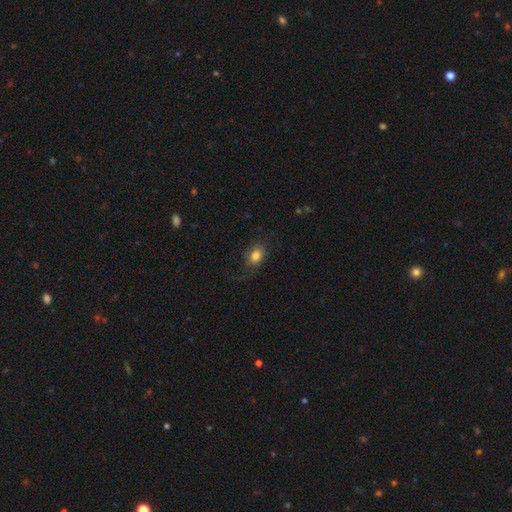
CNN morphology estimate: type=smooth (79%); roundness=in between (73%); merging=none (65%).